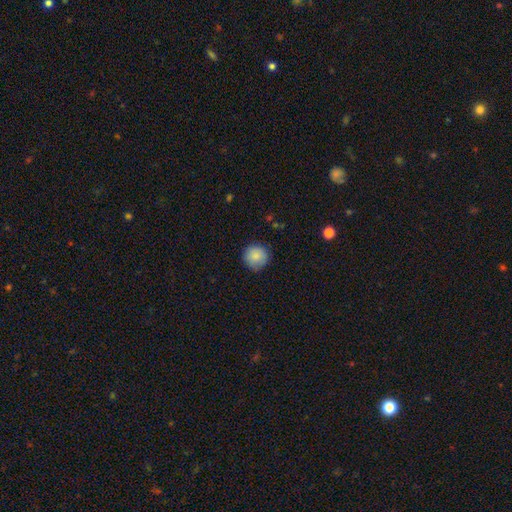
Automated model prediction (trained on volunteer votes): smooth 88%, star or artifact 8%, featured or disk 5%. Down the decision tree: how rounded — round (95%); merging — none (88%).